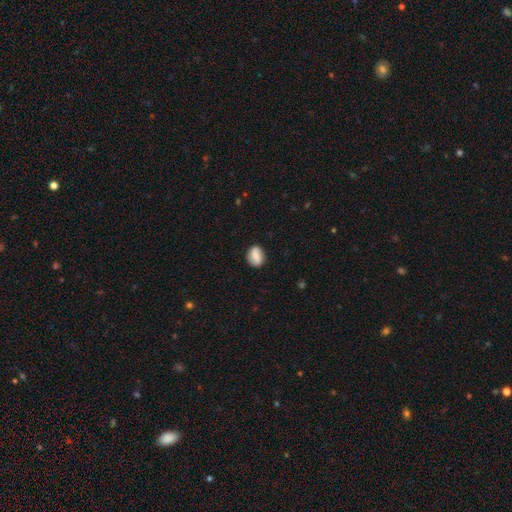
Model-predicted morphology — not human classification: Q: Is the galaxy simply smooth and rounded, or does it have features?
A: smooth — 72%.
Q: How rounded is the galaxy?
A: in between — 64%.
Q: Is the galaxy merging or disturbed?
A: none — 84%.